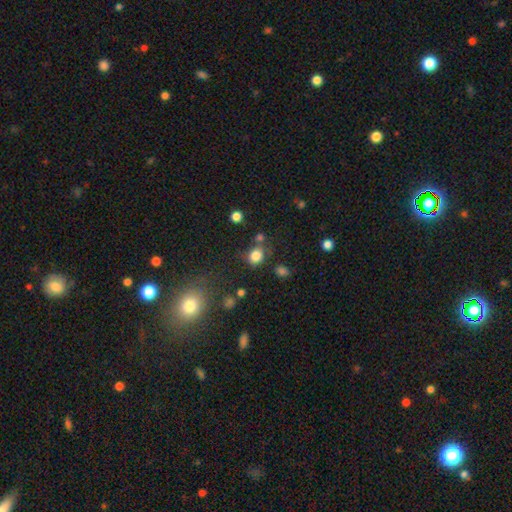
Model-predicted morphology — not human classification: Smooth or featured? Predicted: smooth (p=0.81). How rounded? Predicted: round (p=0.65). Merging? Predicted: none (p=0.68).